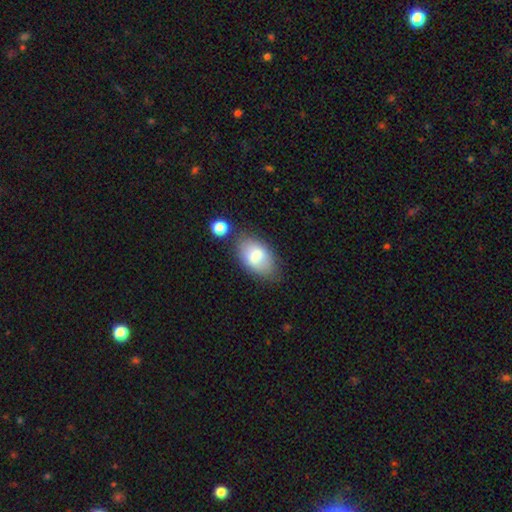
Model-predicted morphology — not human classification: Smooth or featured?
  - smooth: 79% *
  - featured or disk: 14%
  - star or artifact: 7%
How rounded?
  - in between: 93% *
  - round: 5%
  - cigar-shaped: 2%
Merging?
  - none: 65% *
  - minor disturbance: 20%
  - merger: 10%
  - major disturbance: 6%